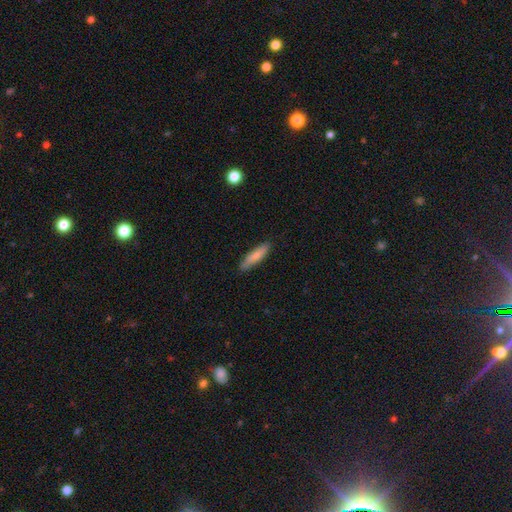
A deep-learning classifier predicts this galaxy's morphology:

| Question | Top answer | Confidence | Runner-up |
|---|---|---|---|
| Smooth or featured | smooth | 81% | featured or disk (13%) |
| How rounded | cigar-shaped | 74% | in between (25%) |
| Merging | none | 84% | minor disturbance (13%) |